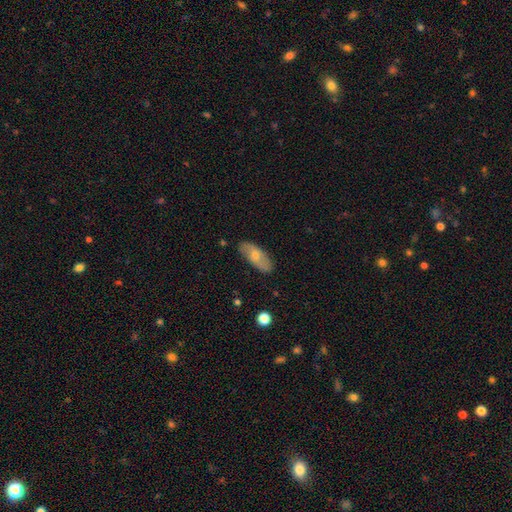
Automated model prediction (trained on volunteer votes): smooth-or-featured: smooth: 63% | featured or disk: 31% | star or artifact: 6%
  how-rounded: in between: 83% | cigar-shaped: 14% | round: 3%
  merging: none: 83% | minor disturbance: 13% | major disturbance: 3% | merger: 1%